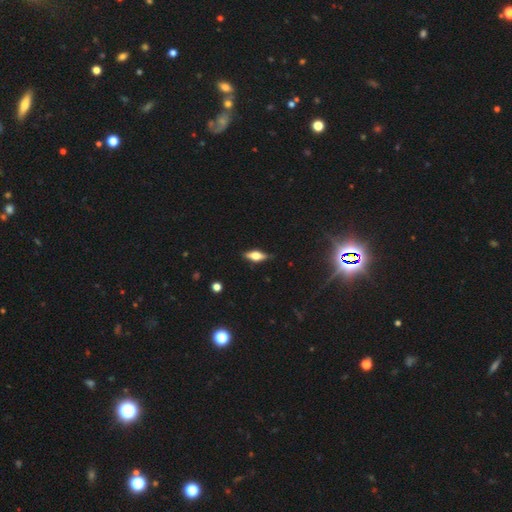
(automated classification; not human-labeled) Q: Smooth or featured?
A: featured or disk (49%); runner-up: smooth (43%)
Q: Merging?
A: none (86%); runner-up: minor disturbance (11%)